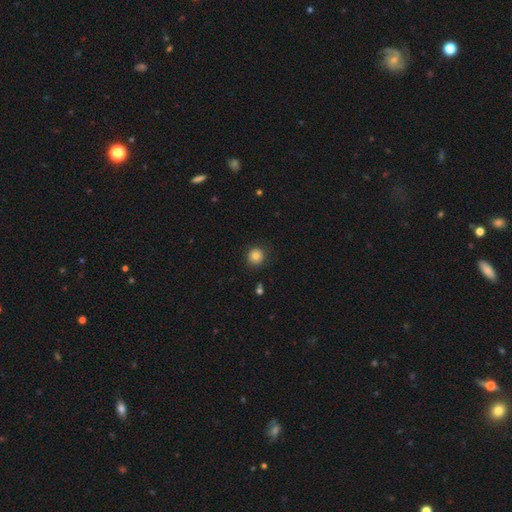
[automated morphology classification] Overall: smooth (82%). How rounded: round (92%). Merging: none (87%).